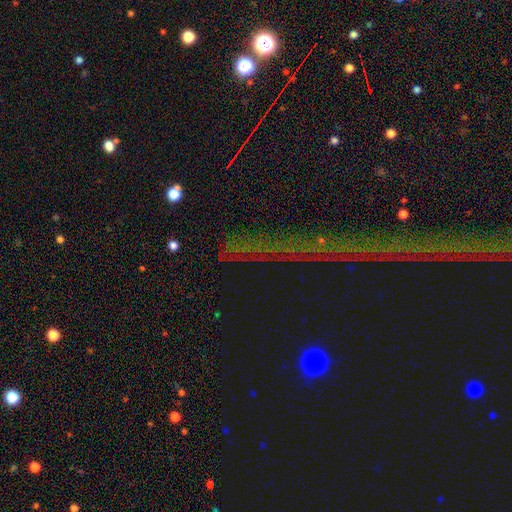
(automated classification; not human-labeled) Smooth or featured? star or artifact (78%)